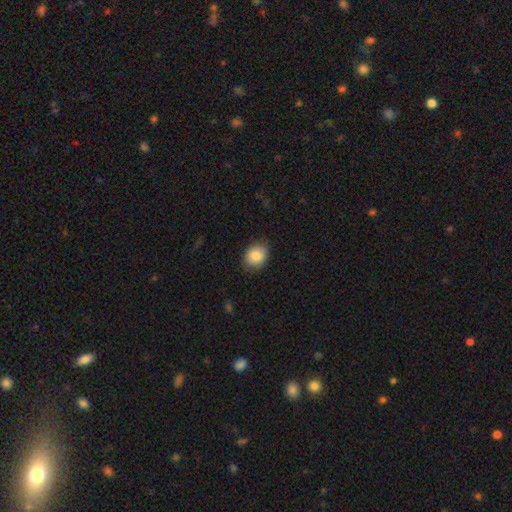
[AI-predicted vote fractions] A smooth galaxy with no disk features (86%) that is in between round and cigar-shaped (51%).

Vote fractions:
- Smooth or featured? smooth: 86% / star or artifact: 8% / featured or disk: 6%
- How rounded? in between: 51% / round: 48% / cigar-shaped: 1%
- Merging? none: 85% / minor disturbance: 12% / major disturbance: 3% / merger: 1%